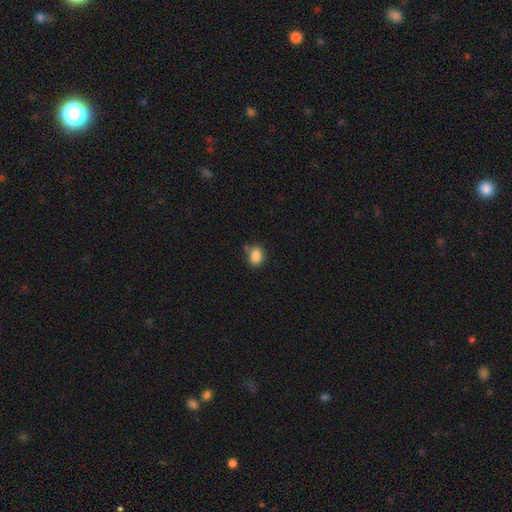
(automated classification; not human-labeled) smooth 86%, star or artifact 9%, featured or disk 5%. Down the decision tree: how rounded — in between (66%); merging — none (69%).